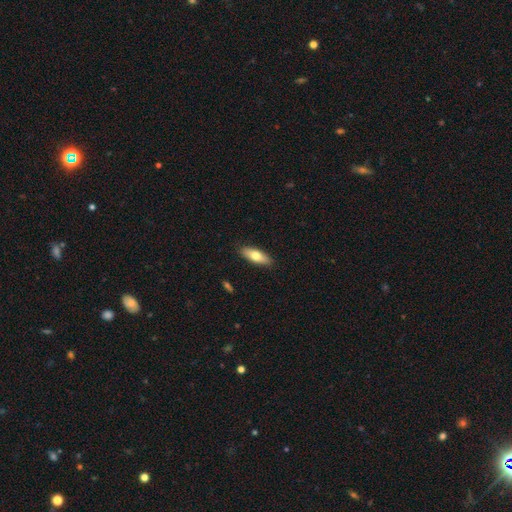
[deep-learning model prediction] Smooth or featured? Predicted: smooth (p=0.72). How rounded? Predicted: in between (p=0.65). Merging? Predicted: none (p=0.89).